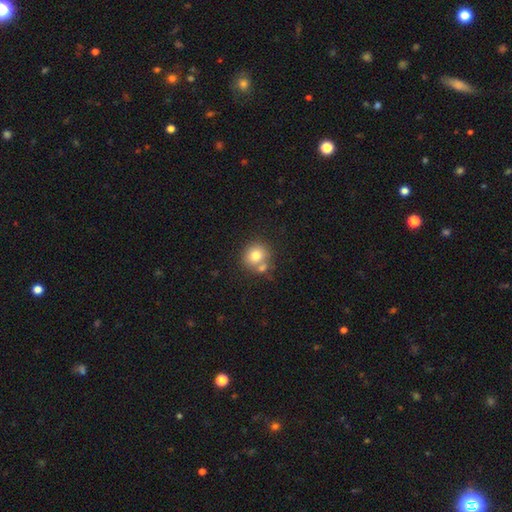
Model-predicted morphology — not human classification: Smooth or featured? Predicted: smooth (p=0.75). How rounded? Predicted: round (p=0.86). Merging? Predicted: none (p=0.58).